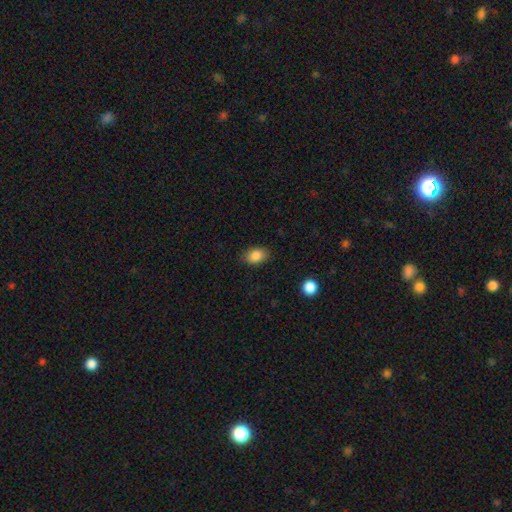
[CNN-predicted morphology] Smooth or featured?
  - smooth: 86% *
  - star or artifact: 8%
  - featured or disk: 5%
How rounded?
  - in between: 83% *
  - round: 16%
  - cigar-shaped: 1%
Merging?
  - none: 84% *
  - minor disturbance: 12%
  - major disturbance: 3%
  - merger: 1%